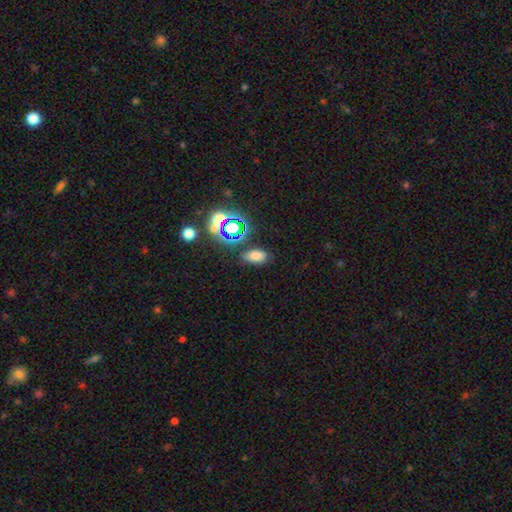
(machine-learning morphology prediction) Smooth or featured? smooth (68%)
How rounded? in between (87%)
Merging? none (78%)